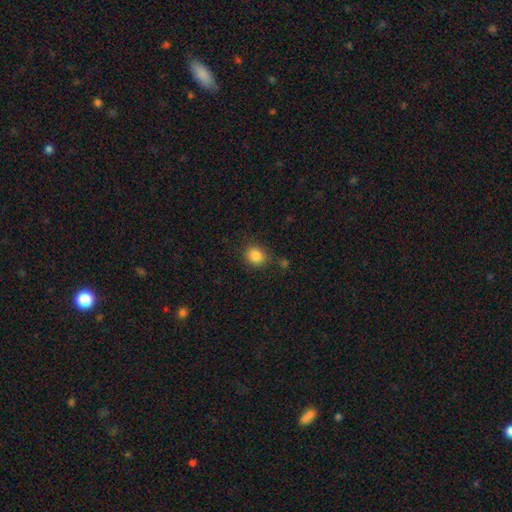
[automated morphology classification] Overall: smooth (85%). How rounded: round (68%; in between 31%). Merging: none (79%).